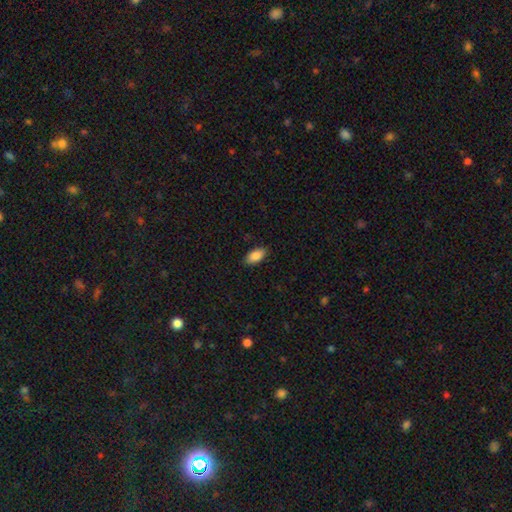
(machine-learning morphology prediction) A smooth galaxy with no disk features (86%) that is in between round and cigar-shaped (92%). Merging: none (88%).